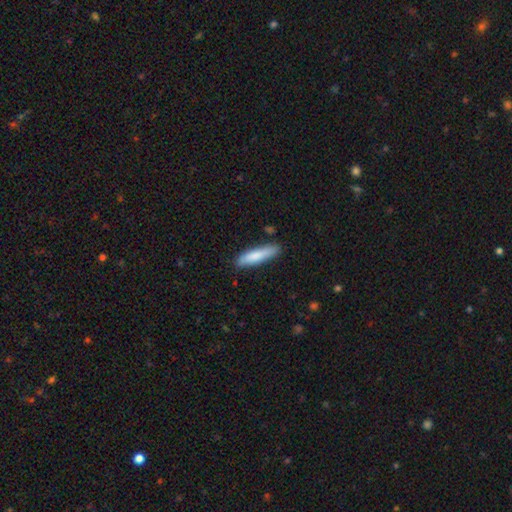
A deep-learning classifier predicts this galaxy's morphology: The model was most divided on "how rounded": cigar-shaped: 79%, in between: 20%, round: 1%. More confident: merging — none (82%); smooth or featured — smooth (80%).